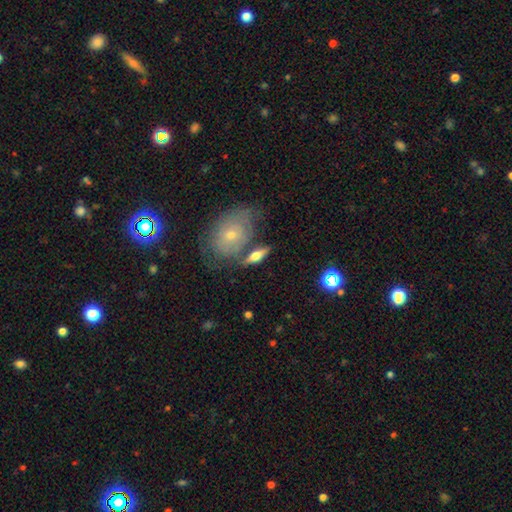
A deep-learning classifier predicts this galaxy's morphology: Smooth or featured: smooth — 49% (featured or disk — 44%)
Merging: none — 62% (minor disturbance — 16%)